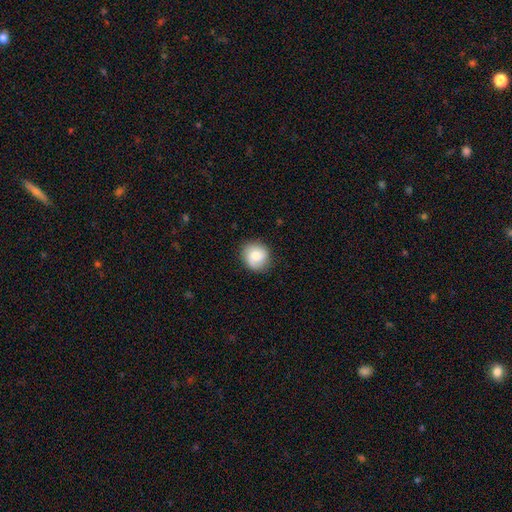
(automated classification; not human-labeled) Smooth or featured? Predicted: smooth (p=0.72). How rounded? Predicted: round (p=0.85). Merging? Predicted: none (p=0.83).